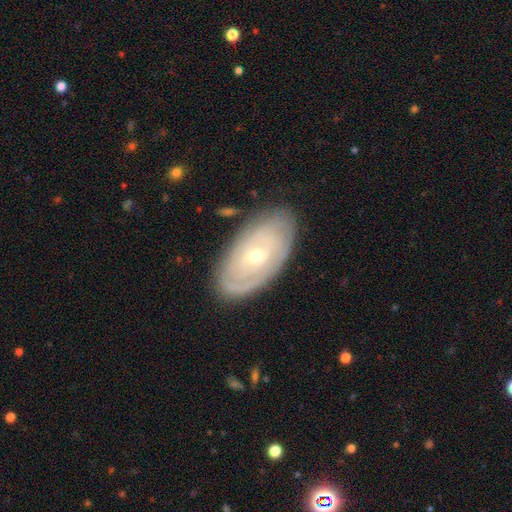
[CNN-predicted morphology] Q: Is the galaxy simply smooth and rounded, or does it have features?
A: featured or disk — 72%.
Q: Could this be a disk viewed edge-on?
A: no — 92%.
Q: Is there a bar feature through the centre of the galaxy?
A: no — 70%.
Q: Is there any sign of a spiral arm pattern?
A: yes — 73%.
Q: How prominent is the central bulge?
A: small — 54%.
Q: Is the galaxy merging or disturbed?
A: none — 80%.